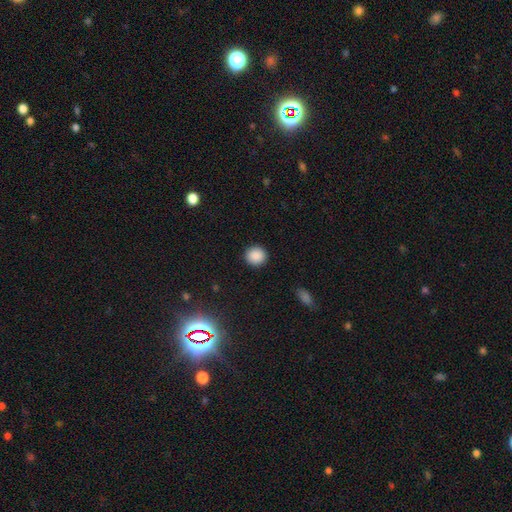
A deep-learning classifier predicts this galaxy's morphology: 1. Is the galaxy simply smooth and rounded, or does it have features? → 89% smooth, 9% star or artifact, 3% featured or disk.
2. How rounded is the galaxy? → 90% round, 9% in between, 1% cigar-shaped.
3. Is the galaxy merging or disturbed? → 92% none, 5% minor disturbance, 2% major disturbance, 1% merger.